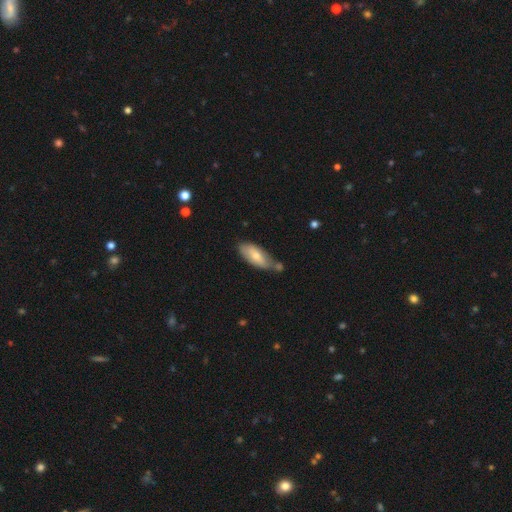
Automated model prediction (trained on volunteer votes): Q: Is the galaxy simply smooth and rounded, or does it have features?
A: smooth — 69%.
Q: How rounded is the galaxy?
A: in between — 81%.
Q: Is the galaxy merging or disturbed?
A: none — 53%.